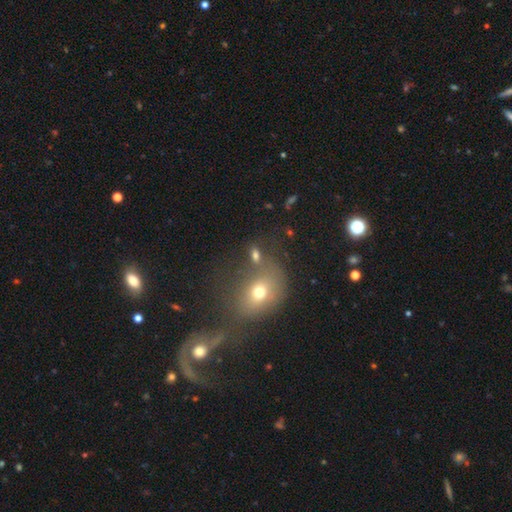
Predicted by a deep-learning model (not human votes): smooth 62%, star or artifact 21%, featured or disk 18%. Down the decision tree: how rounded — in between (60%); merging — none (51%).